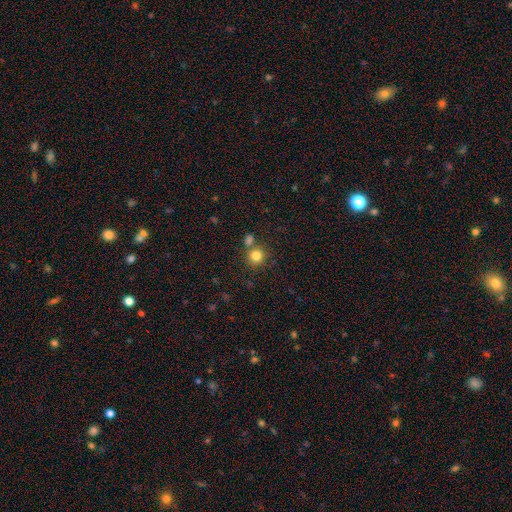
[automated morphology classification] This appears to be a smooth galaxy with no disk features (81%) that is round (90%). Merging: none (69%).